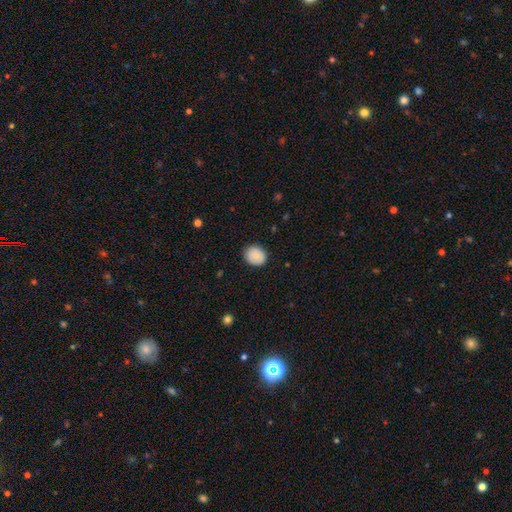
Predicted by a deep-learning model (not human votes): Q: Smooth or featured?
A: smooth (83%); runner-up: featured or disk (9%)
Q: How rounded?
A: round (74%); runner-up: in between (25%)
Q: Merging?
A: none (87%); runner-up: minor disturbance (10%)